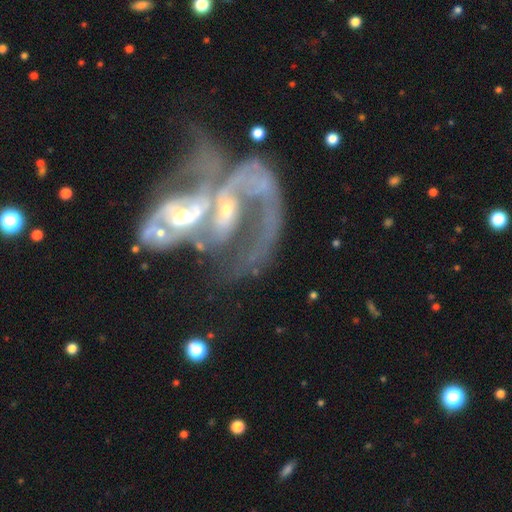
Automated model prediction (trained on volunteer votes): featured or disk 80%, smooth 12%, star or artifact 9%. Down the decision tree: edge-on disk — no (96%); bar — no (53%); spiral arms — yes (74%); spiral arm count — 2 (42%); spiral winding — loose (39%, tied with medium); bulge size — moderate (46%); merging — merger (74%).